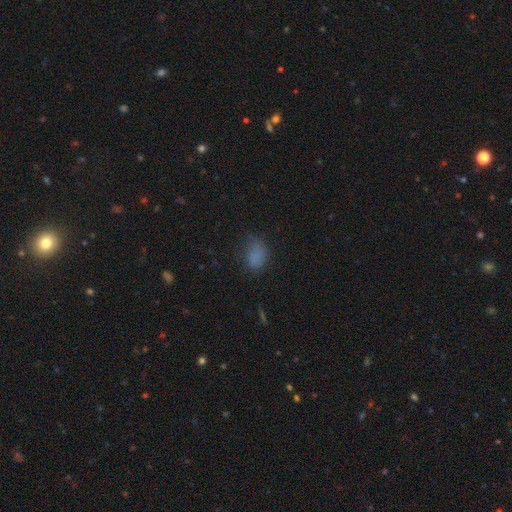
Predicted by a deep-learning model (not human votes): This appears to be a smooth galaxy with no disk features (76%) that is in between round and cigar-shaped (72%). Merging: none (56%).